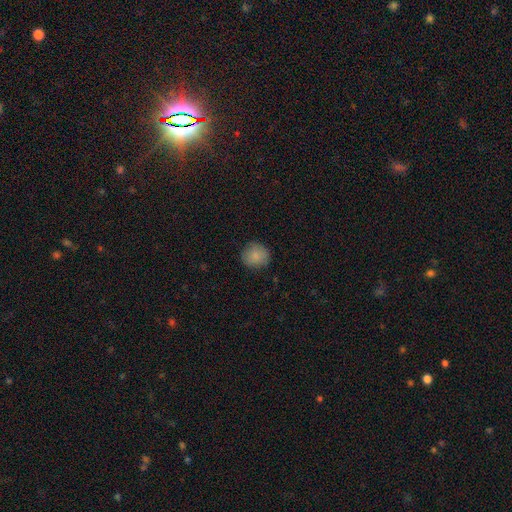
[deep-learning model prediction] Smooth or featured? Predicted: smooth (p=0.86). How rounded? Predicted: round (p=0.87). Merging? Predicted: none (p=0.83).